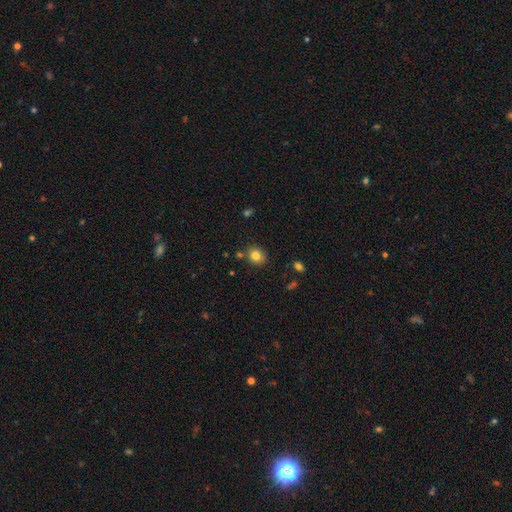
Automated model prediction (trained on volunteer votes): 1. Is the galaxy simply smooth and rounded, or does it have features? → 81% smooth, 11% star or artifact, 8% featured or disk.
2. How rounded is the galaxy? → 71% round, 28% in between, 1% cigar-shaped.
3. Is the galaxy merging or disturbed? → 80% none, 12% minor disturbance, 5% merger, 3% major disturbance.